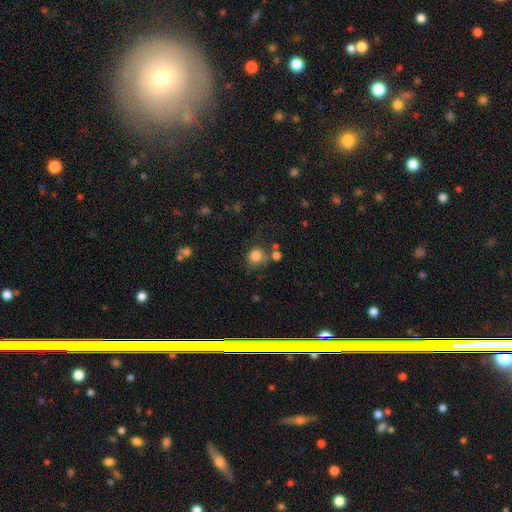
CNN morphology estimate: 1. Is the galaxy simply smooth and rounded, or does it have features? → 82% smooth, 11% star or artifact, 7% featured or disk.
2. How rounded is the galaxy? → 75% round, 25% in between, 1% cigar-shaped.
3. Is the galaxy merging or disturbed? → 58% none, 20% minor disturbance, 14% merger, 8% major disturbance.